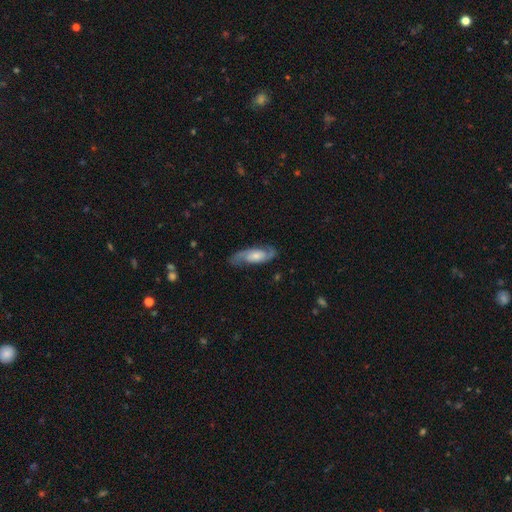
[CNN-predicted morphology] The model was most divided on "bulge size": moderate: 41%, small: 35%, large: 14%, none: 8%, dominant: 2%. Remaining: spiral arms — yes (95%); edge-on disk — no (92%); spiral arm count — 2 (89%); smooth or featured — featured or disk (76%); merging — none (76%); bar — no (60%); spiral winding — medium (49%).